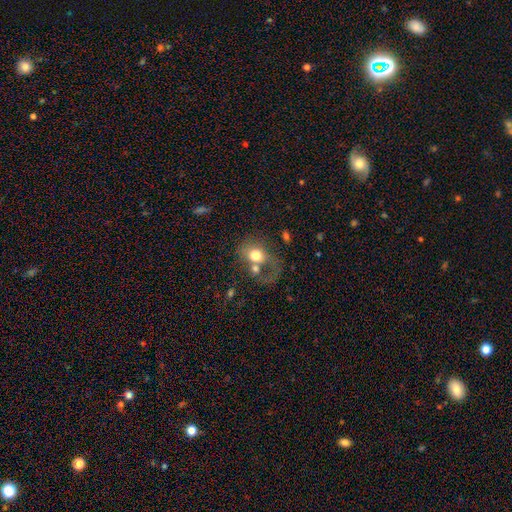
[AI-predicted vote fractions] A smooth galaxy with no disk features (61%) that is round (53%). Merging: merger (40%).